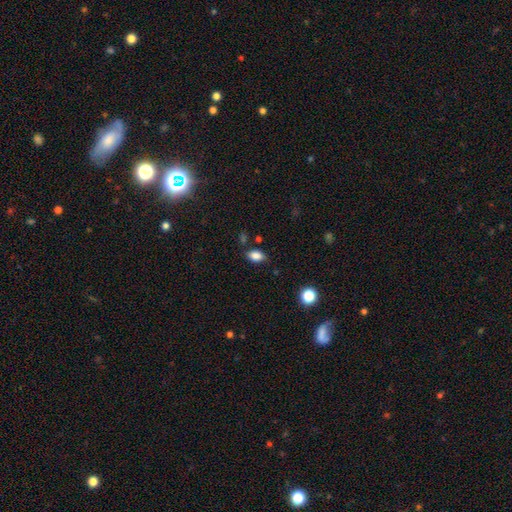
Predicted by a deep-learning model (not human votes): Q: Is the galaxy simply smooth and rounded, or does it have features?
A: smooth — 85%.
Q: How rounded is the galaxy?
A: in between — 87%.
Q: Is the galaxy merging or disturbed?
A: none — 80%.